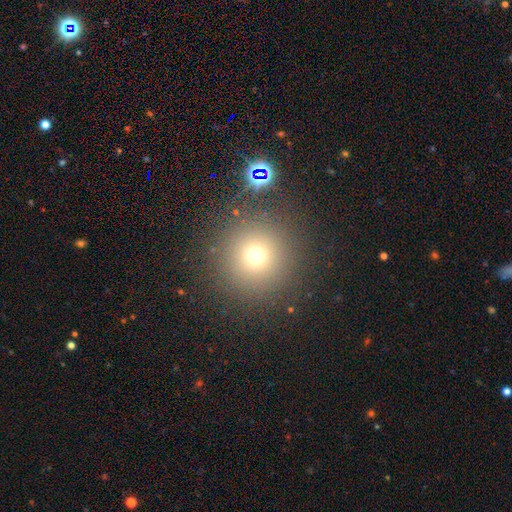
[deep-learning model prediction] This appears to be a smooth galaxy with no disk features (70%) that is round (96%). Merging: none (87%).